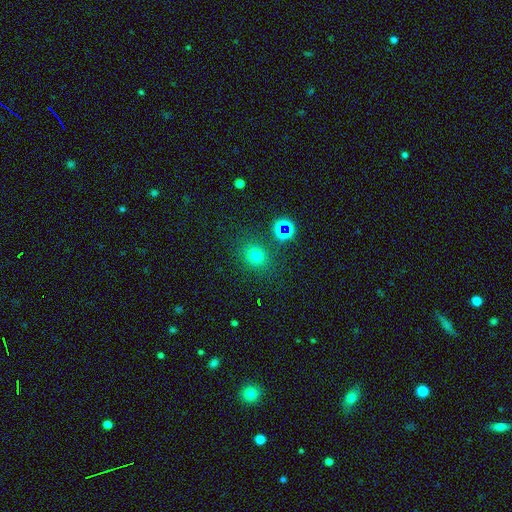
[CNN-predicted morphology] smooth 71%, star or artifact 22%, featured or disk 8%. Down the decision tree: how rounded — round (74%); merging — none (83%).